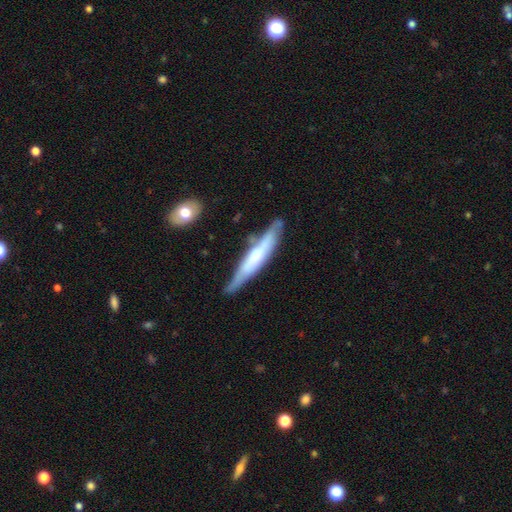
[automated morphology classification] featured or disk 54%, smooth 40%, star or artifact 6%. Down the decision tree: edge-on disk — yes (83%); merging — none (64%).